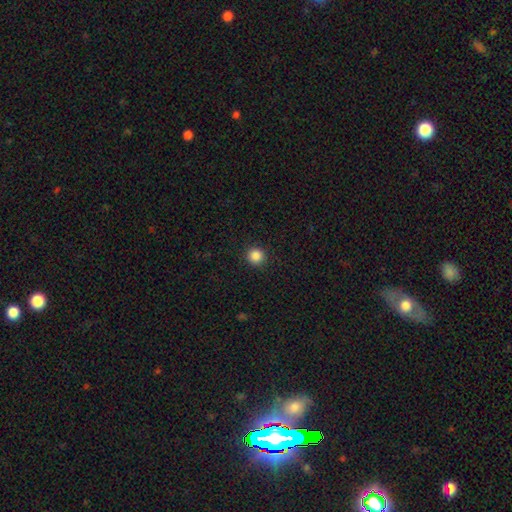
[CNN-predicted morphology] Q: Smooth or featured?
A: smooth (86%); runner-up: star or artifact (11%)
Q: How rounded?
A: round (94%); runner-up: in between (5%)
Q: Merging?
A: none (92%); runner-up: minor disturbance (5%)